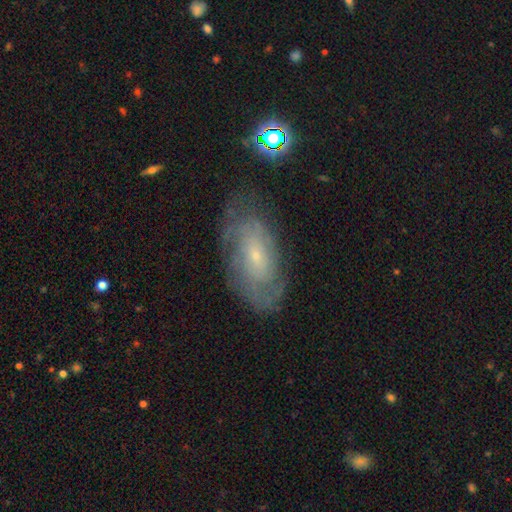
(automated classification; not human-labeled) Overall: featured or disk (70%). Edge-on disk: no (93%). Bar: no (69%). Spiral arms: yes (83%). Spiral arm count: can't tell (56%; 2 23%). Spiral winding: tight (64%; medium 27%). Bulge size: small (80%). Merging: none (73%).